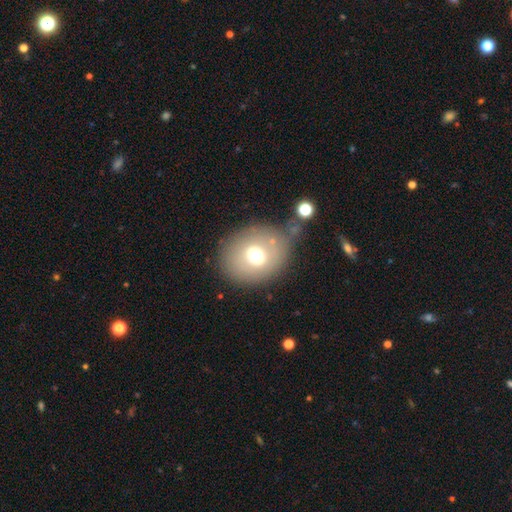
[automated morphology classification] smooth 66%, featured or disk 22%, star or artifact 11%. Down the decision tree: how rounded — round (60%); merging — none (60%).